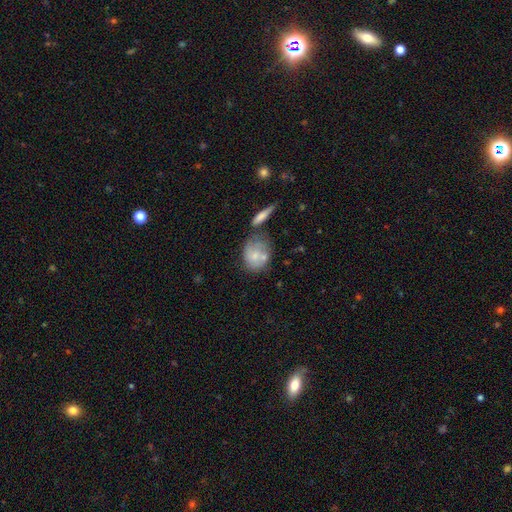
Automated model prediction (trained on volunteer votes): This appears to be a smooth galaxy with no disk features (55%) that is round (53%). Merging: none (38%).